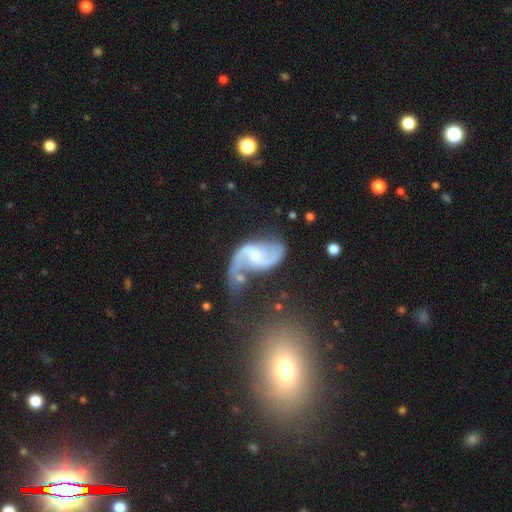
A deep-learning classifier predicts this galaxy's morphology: Smooth or featured: featured or disk — 89% (smooth — 6%)
Edge-on disk: no — 98% (yes — 2%)
Bar: weak — 49% (no — 35%)
Spiral arms: yes — 96% (no — 4%)
Spiral winding: loose — 65% (medium — 29%)
Spiral arm count: 2 — 92% (1 — 3%)
Bulge size: small — 35% (none — 28%)
Merging: none — 44% (minor disturbance — 20%)